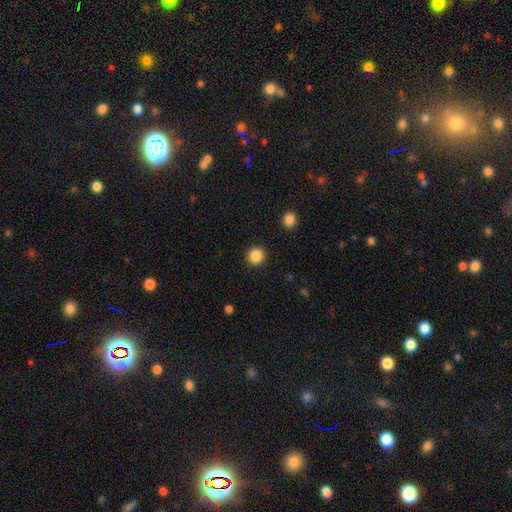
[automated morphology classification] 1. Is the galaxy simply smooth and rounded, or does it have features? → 86% smooth, 11% star or artifact, 3% featured or disk.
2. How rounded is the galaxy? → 94% round, 5% in between, 1% cigar-shaped.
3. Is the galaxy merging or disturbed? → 92% none, 5% minor disturbance, 2% major disturbance, 1% merger.